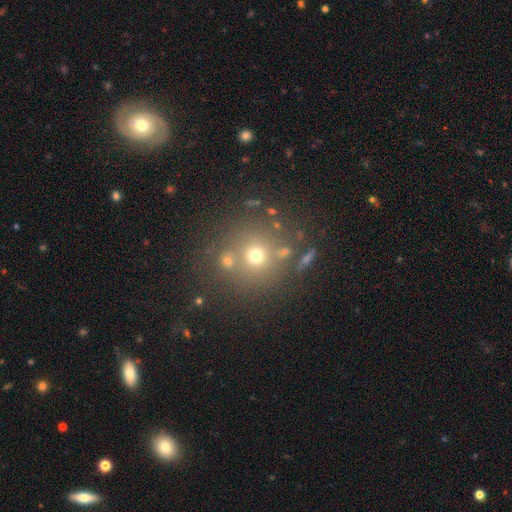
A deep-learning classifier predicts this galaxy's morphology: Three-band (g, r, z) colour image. It shows a smooth galaxy with no disk features (66%) that is round (89%). Merging: none (70%).